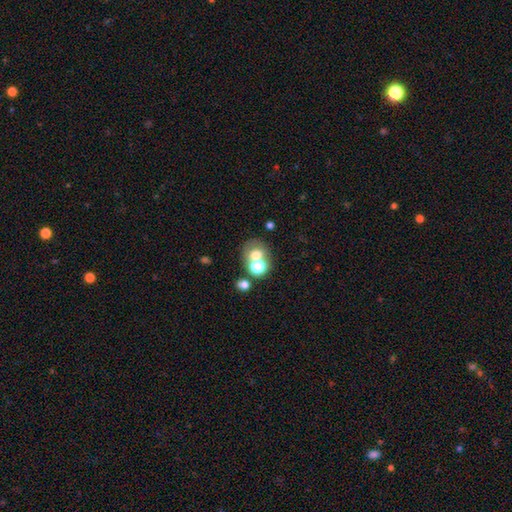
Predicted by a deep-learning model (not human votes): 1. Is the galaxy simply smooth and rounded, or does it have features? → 62% smooth, 22% featured or disk, 16% star or artifact.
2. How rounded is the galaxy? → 67% round, 32% in between, 1% cigar-shaped.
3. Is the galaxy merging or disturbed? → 47% merger, 39% none, 9% minor disturbance, 6% major disturbance.